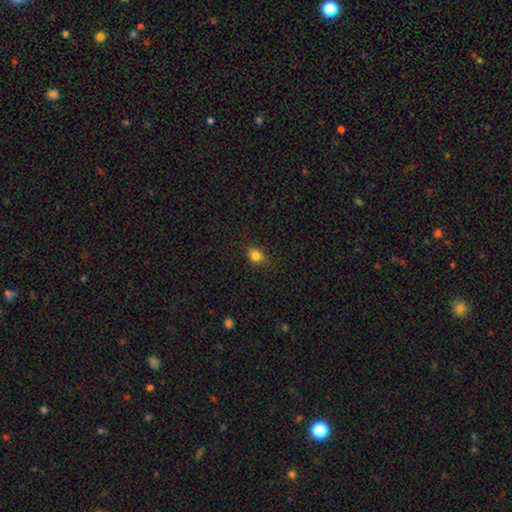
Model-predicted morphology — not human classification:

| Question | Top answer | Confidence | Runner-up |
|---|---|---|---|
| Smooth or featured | smooth | 82% | star or artifact (12%) |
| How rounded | round | 56% | in between (42%) |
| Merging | none | 82% | minor disturbance (14%) |